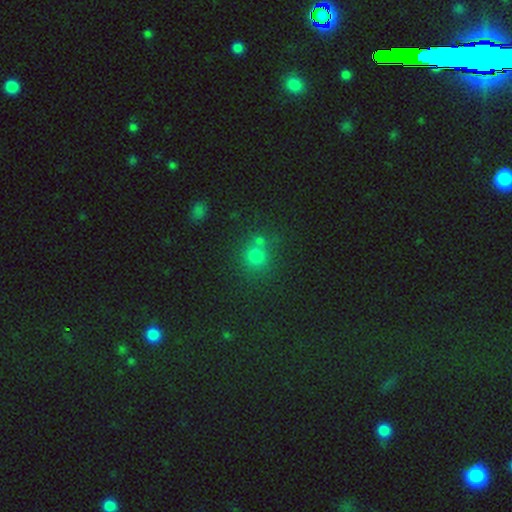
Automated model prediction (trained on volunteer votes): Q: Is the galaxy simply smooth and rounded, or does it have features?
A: smooth — 71%.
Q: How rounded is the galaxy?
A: round — 86%.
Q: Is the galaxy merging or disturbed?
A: none — 56%.